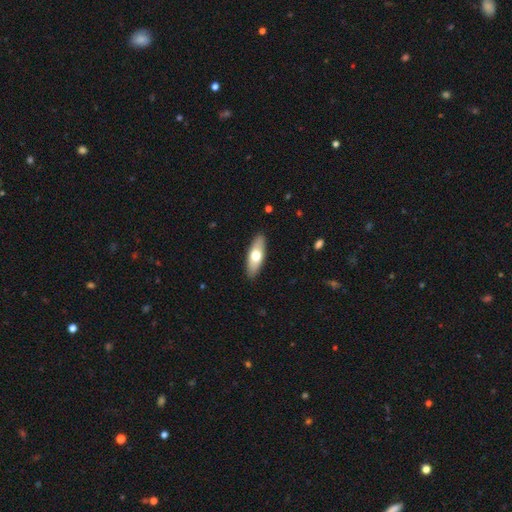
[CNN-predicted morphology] Smooth or featured? smooth (64%)
How rounded? in between (66%)
Merging? none (90%)